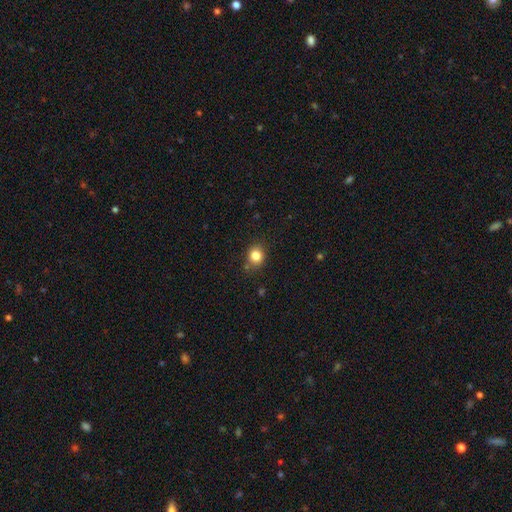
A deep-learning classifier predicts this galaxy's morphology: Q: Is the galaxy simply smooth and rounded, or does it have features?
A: smooth — 82%.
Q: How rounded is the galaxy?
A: round — 76%.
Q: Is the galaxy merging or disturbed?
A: none — 82%.